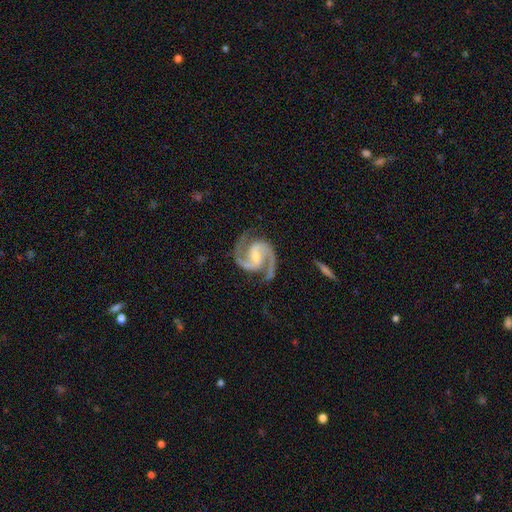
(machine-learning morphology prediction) smooth_or_featured: featured or disk (p=0.94) [alt: star or artifact p=0.03]
disk_edge_on: no (p=0.98) [alt: yes p=0.02]
bar: weak (p=0.47) [alt: strong p=0.31]
has_spiral_arms: yes (p=0.99) [alt: no p=0.01]
spiral_winding: medium (p=0.67) [alt: tight p=0.24]
spiral_arm_count: 2 (p=0.94) [alt: 3 p=0.02]
bulge_size: small (p=0.53) [alt: moderate p=0.36]
merging: none (p=0.80) [alt: minor disturbance p=0.13]